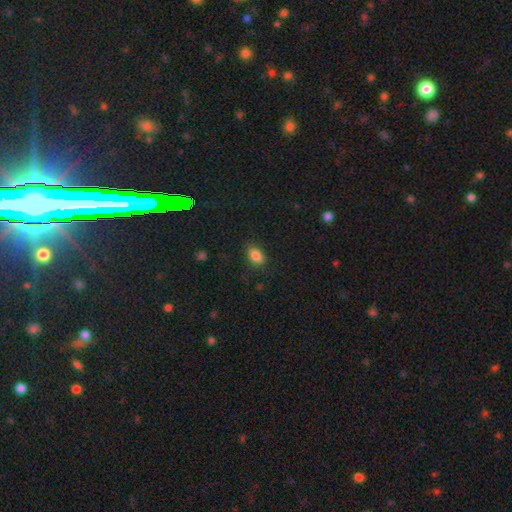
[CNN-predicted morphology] A smooth galaxy with no disk features (85%) that is in between round and cigar-shaped (88%). Merging: none (83%).